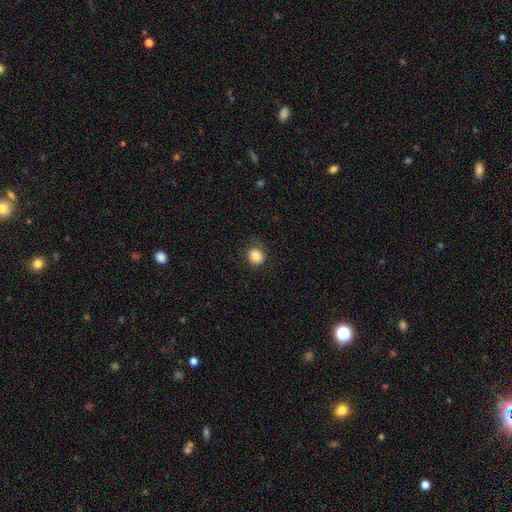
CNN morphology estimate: Smooth or featured: smooth — 85% (star or artifact — 10%)
How rounded: round — 82% (in between — 17%)
Merging: none — 78% (minor disturbance — 16%)